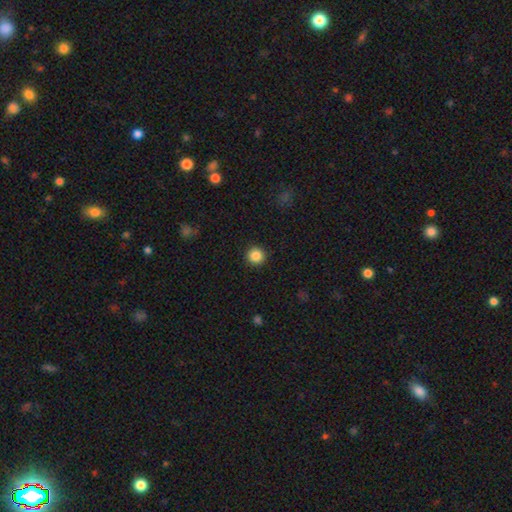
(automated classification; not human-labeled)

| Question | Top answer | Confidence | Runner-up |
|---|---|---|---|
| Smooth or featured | smooth | 86% | star or artifact (10%) |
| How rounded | round | 95% | in between (4%) |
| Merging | none | 93% | minor disturbance (4%) |